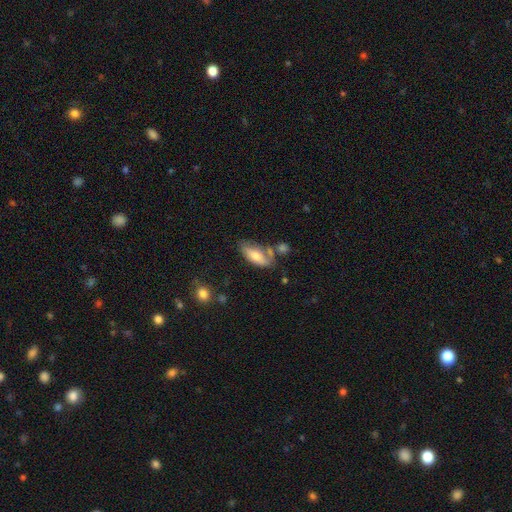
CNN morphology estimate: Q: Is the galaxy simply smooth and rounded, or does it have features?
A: smooth — 64%.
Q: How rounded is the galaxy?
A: in between — 79%.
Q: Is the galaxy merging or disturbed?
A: none — 46%.